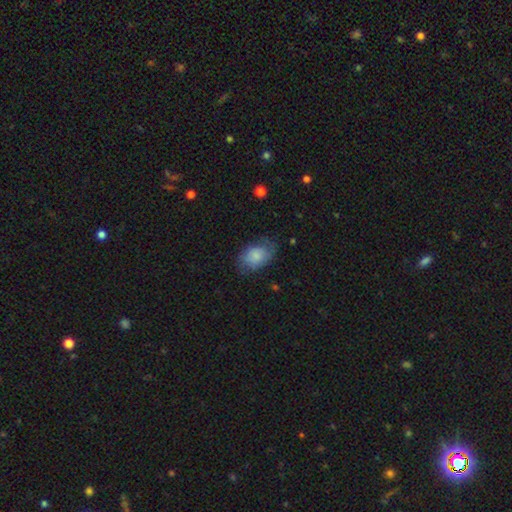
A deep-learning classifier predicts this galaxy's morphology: This is likely a smooth galaxy (75%). How rounded: clearly in between (83%). Merging: possibly none (58%).